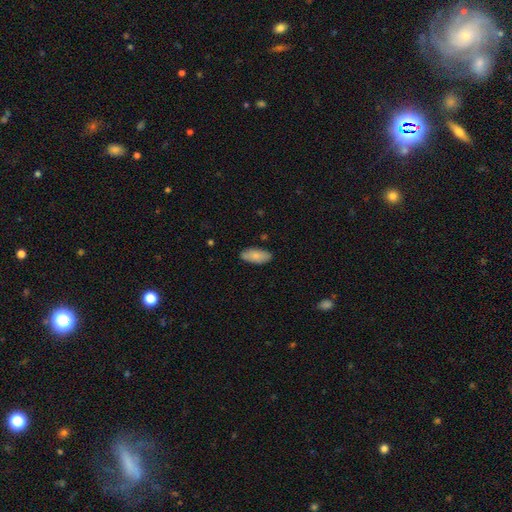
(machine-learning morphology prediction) Smooth or featured? Predicted: smooth (p=0.83). How rounded? Predicted: in between (p=0.88). Merging? Predicted: none (p=0.84).